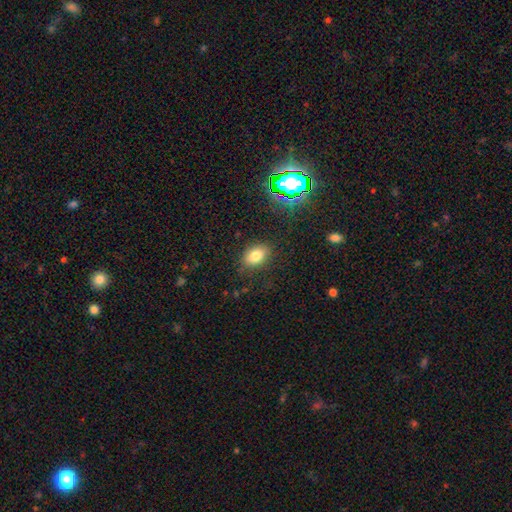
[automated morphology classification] This appears to be a smooth galaxy with no disk features (78%) that is in between round and cigar-shaped (83%). Merging: none (83%).